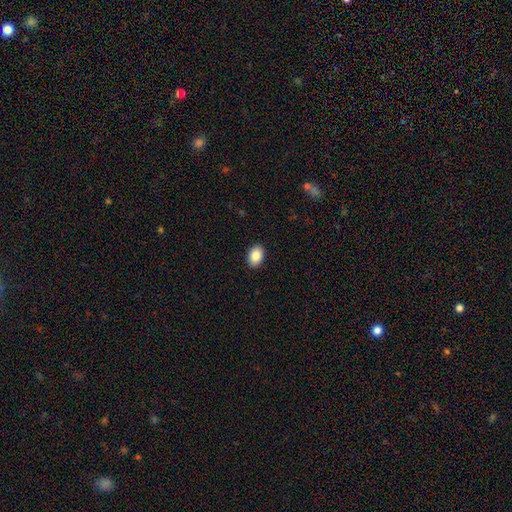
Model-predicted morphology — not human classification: A smooth galaxy with no disk features (87%) that is in between round and cigar-shaped (85%). Merging: none (91%).